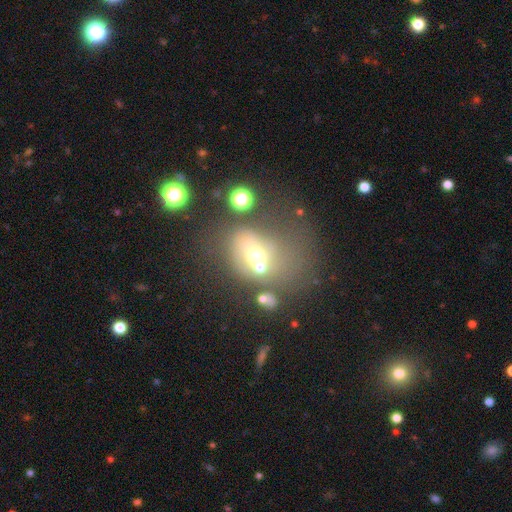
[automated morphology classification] Smooth or featured: smooth — 52% (featured or disk — 29%)
How rounded: in between — 50% (round — 49%)
Merging: merger — 37% (none — 27%)